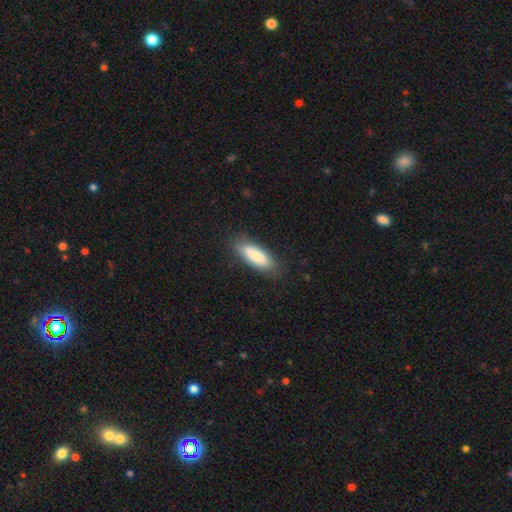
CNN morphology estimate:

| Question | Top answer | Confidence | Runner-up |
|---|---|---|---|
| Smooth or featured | smooth | 82% | featured or disk (12%) |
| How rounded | in between | 64% | cigar-shaped (34%) |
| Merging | none | 81% | minor disturbance (14%) |